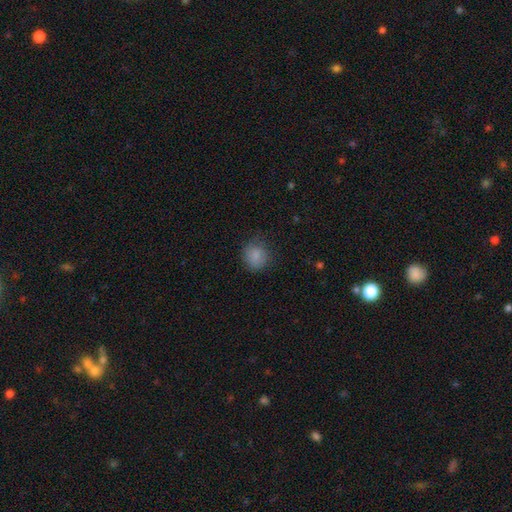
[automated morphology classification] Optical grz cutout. It shows a smooth galaxy with no disk features (84%) that is round (78%). Merging: none (75%).